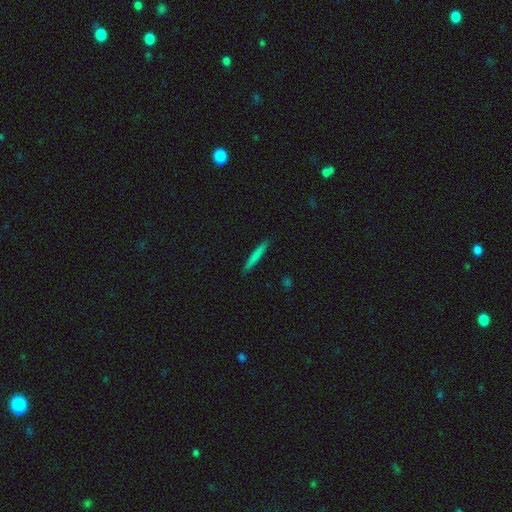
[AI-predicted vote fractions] Overall: smooth (76%). How rounded: cigar-shaped (95%). Merging: none (91%).